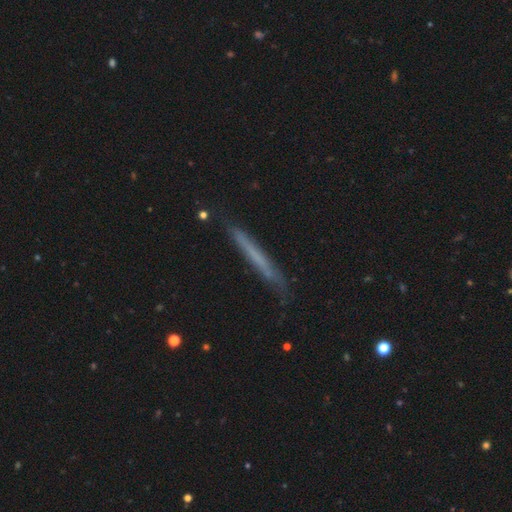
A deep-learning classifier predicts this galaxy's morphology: The model was most divided on "smooth or featured": smooth: 51%, featured or disk: 42%, star or artifact: 8%. More confident: how rounded — cigar-shaped (96%); merging — none (81%).